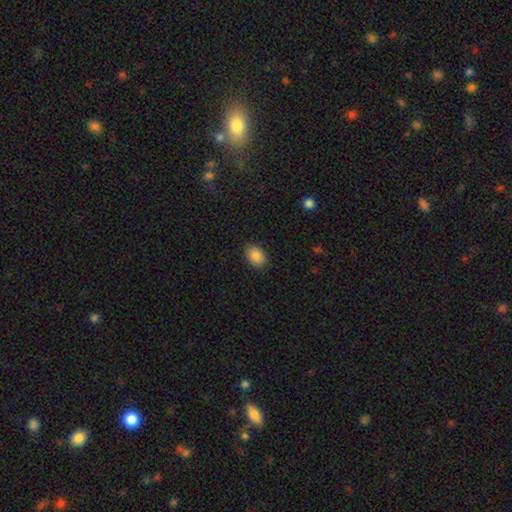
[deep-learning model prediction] Smooth or featured? smooth (88%)
How rounded? in between (81%)
Merging? none (88%)